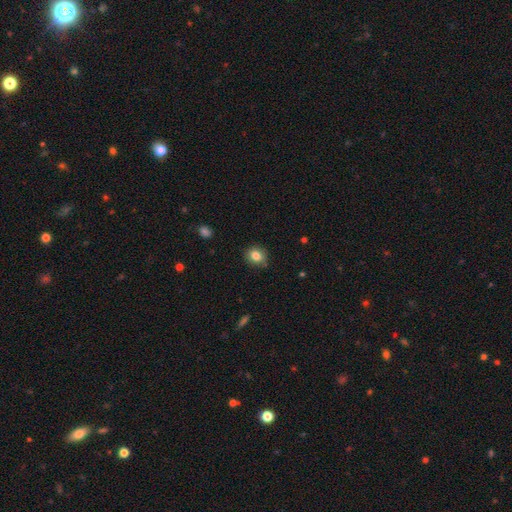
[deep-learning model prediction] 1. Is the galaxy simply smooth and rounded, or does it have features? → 82% smooth, 10% star or artifact, 8% featured or disk.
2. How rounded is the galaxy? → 68% round, 31% in between, 1% cigar-shaped.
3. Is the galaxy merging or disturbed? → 86% none, 11% minor disturbance, 2% major disturbance, 1% merger.